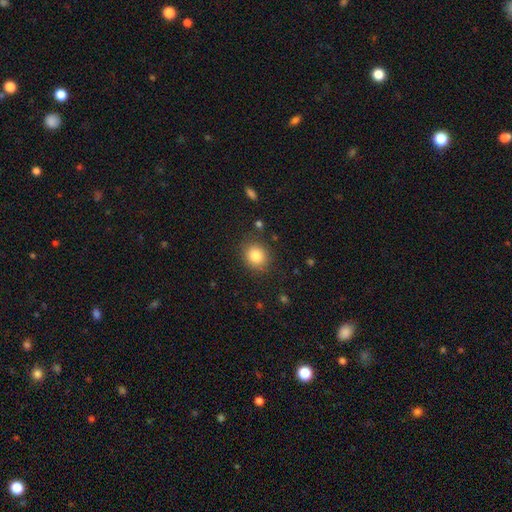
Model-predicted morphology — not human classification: smooth-or-featured: smooth: 84% | star or artifact: 10% | featured or disk: 6%
  how-rounded: round: 79% | in between: 20% | cigar-shaped: 1%
  merging: none: 85% | minor disturbance: 10% | major disturbance: 3% | merger: 2%